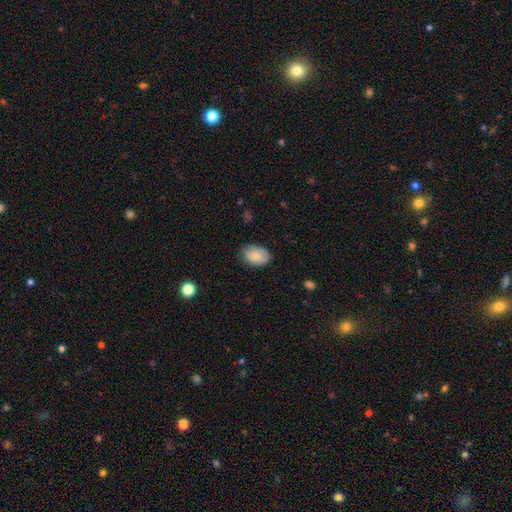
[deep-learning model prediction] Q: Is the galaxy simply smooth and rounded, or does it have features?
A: smooth — 83%.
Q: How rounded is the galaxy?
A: in between — 84%.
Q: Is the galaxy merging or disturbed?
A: none — 79%.